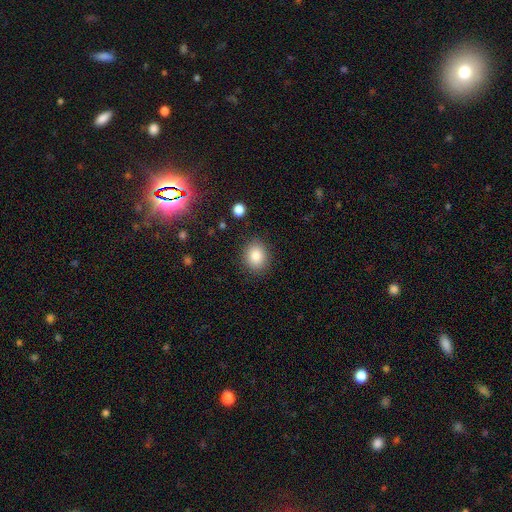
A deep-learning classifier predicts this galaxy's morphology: Smooth or featured: smooth — 85% (star or artifact — 9%)
How rounded: round — 60% (in between — 40%)
Merging: none — 87% (minor disturbance — 9%)